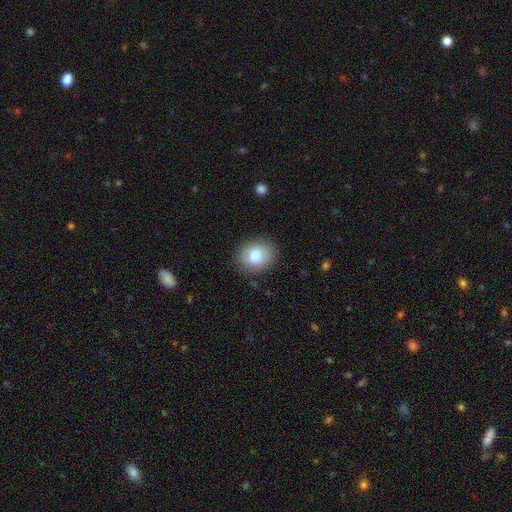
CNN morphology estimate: This is likely a smooth galaxy (78%). How rounded: likely round (65%). Merging: clearly none (88%).